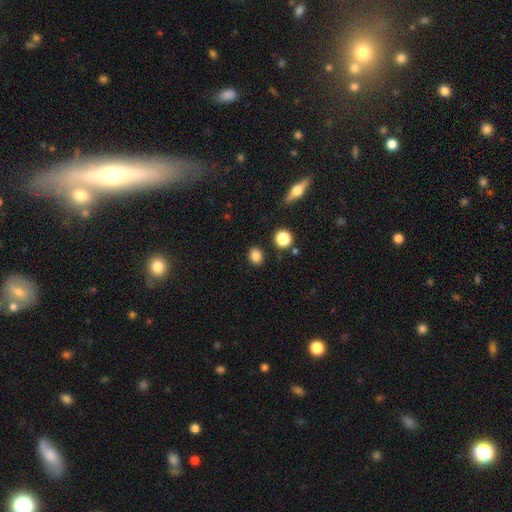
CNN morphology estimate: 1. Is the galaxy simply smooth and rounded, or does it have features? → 84% smooth, 11% star or artifact, 5% featured or disk.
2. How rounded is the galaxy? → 55% in between, 43% round, 1% cigar-shaped.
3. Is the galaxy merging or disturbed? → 87% none, 8% minor disturbance, 3% merger, 3% major disturbance.